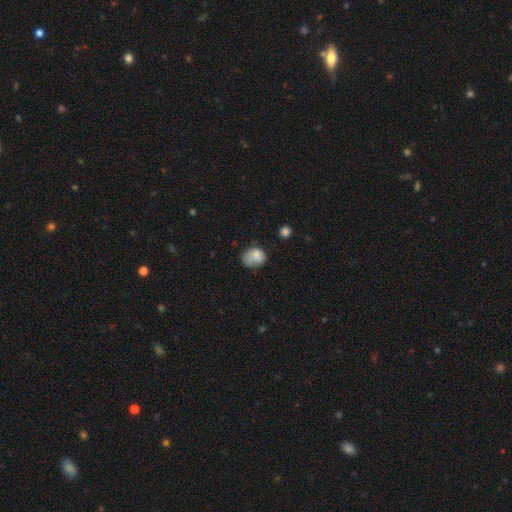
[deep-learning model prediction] Overall: smooth (77%). How rounded: in between (51%; round 48%). Merging: none (38%; minor disturbance 34%).